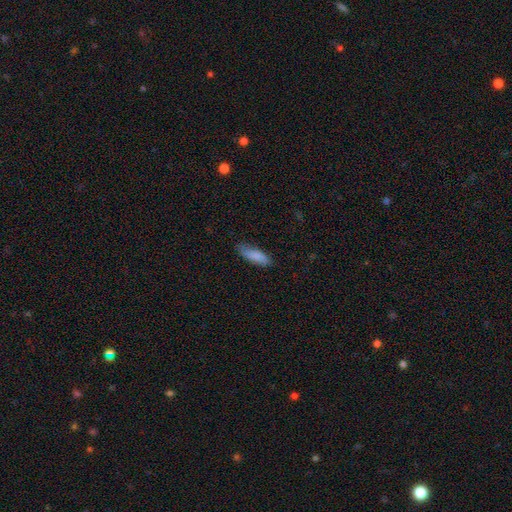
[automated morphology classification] A smooth galaxy with no disk features (84%) that is in between round and cigar-shaped (59%). Merging: none (76%).